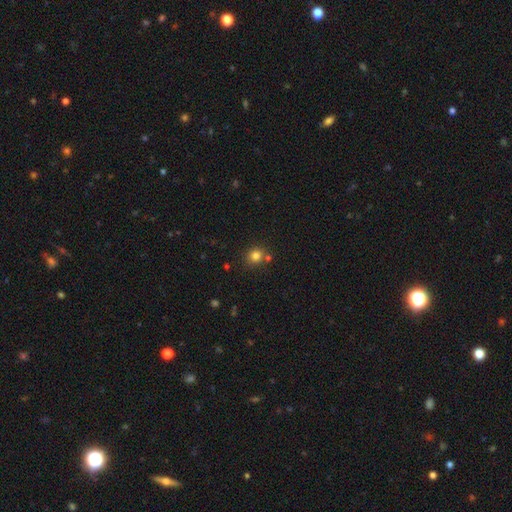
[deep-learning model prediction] smooth_or_featured: smooth (p=0.80) [alt: star or artifact p=0.14]
how_rounded: round (p=0.84) [alt: in between p=0.15]
merging: none (p=0.73) [alt: merger p=0.14]